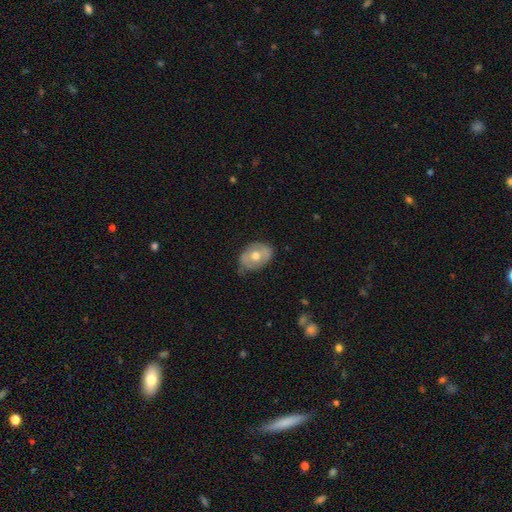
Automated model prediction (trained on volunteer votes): A smooth galaxy with no disk features (47%). Merging: none (70%).